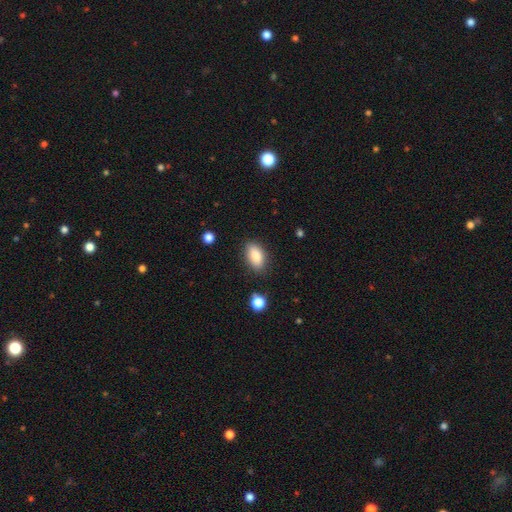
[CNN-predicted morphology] smooth 84%, featured or disk 8%, star or artifact 8%. Down the decision tree: how rounded — in between (90%); merging — none (84%).